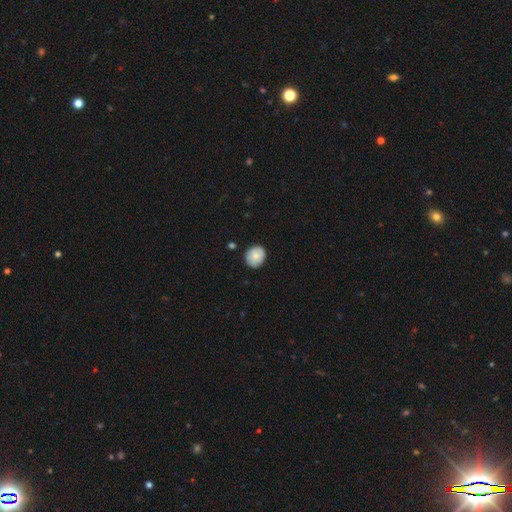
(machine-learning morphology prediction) Smooth or featured?
  - smooth: 76% *
  - featured or disk: 16%
  - star or artifact: 7%
How rounded?
  - round: 75% *
  - in between: 24%
  - cigar-shaped: 1%
Merging?
  - none: 81% *
  - minor disturbance: 15%
  - major disturbance: 2%
  - merger: 2%